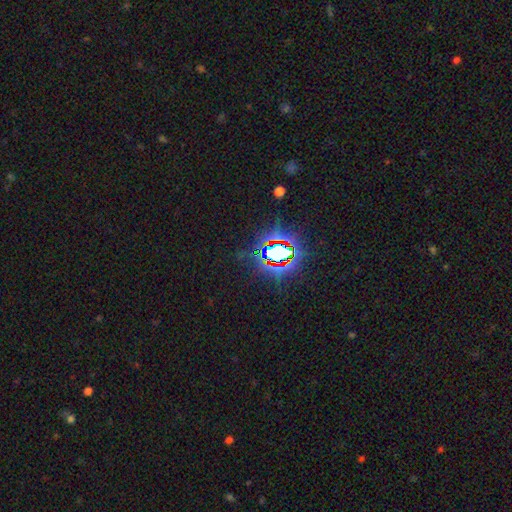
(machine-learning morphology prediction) The model was most divided on "smooth or featured": star or artifact: 82%, smooth: 11%, featured or disk: 8%.